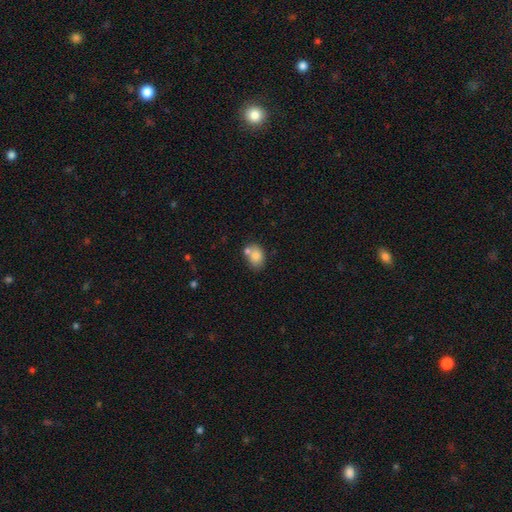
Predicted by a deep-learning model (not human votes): This appears to be a smooth galaxy with no disk features (80%) that is in between round and cigar-shaped (69%). Merging: none (50%).